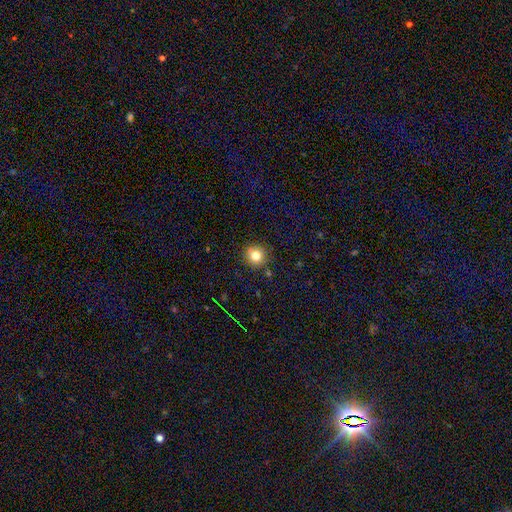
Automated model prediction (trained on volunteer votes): Smooth or featured: smooth — 81% (star or artifact — 12%)
How rounded: round — 93% (in between — 6%)
Merging: none — 88% (minor disturbance — 8%)